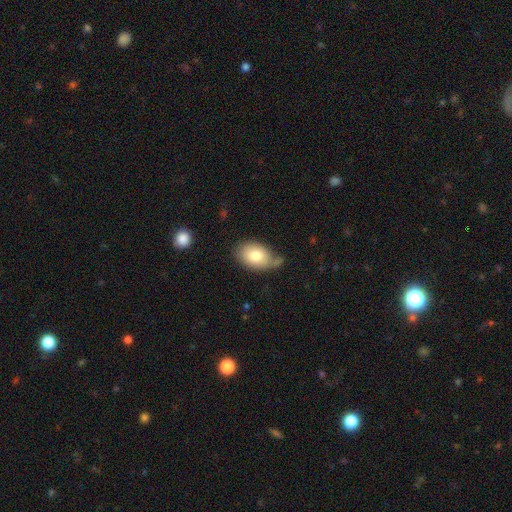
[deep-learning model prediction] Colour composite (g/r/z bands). It shows a smooth galaxy with no disk features (78%) that is in between round and cigar-shaped (86%). Merging: none (50%).